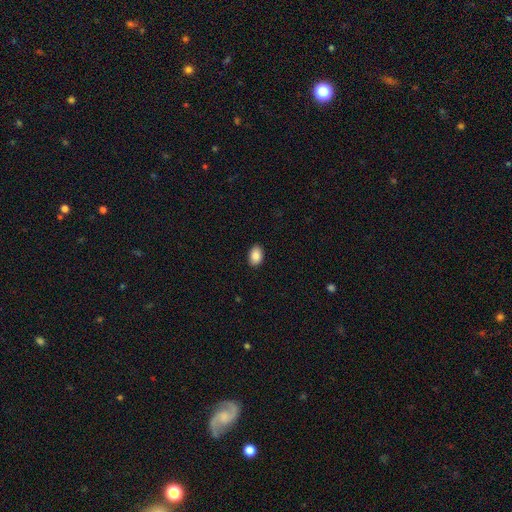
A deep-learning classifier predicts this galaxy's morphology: Smooth or featured?
  - smooth: 89% *
  - star or artifact: 7%
  - featured or disk: 4%
How rounded?
  - in between: 86% *
  - round: 12%
  - cigar-shaped: 1%
Merging?
  - none: 89% *
  - minor disturbance: 8%
  - major disturbance: 2%
  - merger: 1%